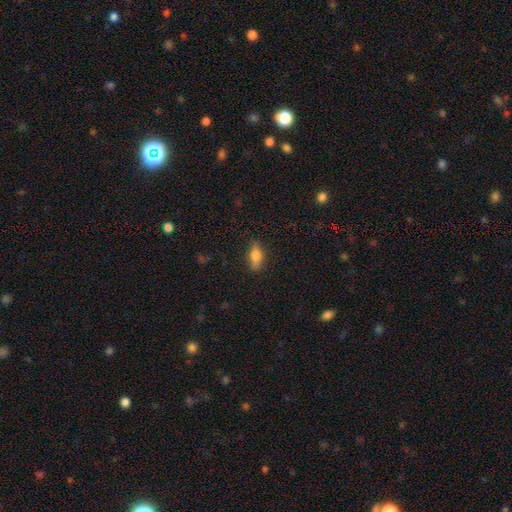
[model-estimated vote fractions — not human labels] Q: Smooth or featured?
A: smooth (72%); runner-up: featured or disk (21%)
Q: How rounded?
A: in between (68%); runner-up: cigar-shaped (28%)
Q: Merging?
A: none (84%); runner-up: minor disturbance (12%)